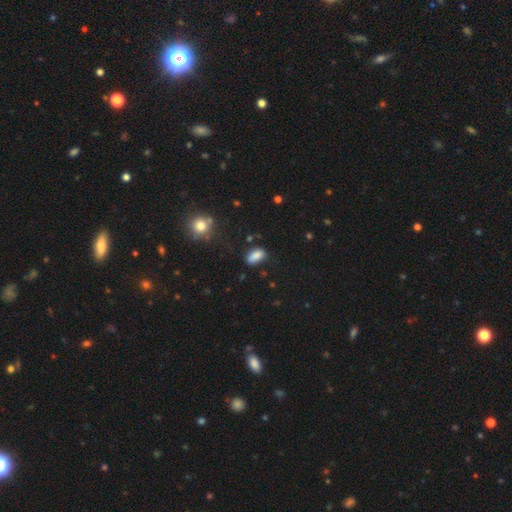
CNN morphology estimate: Overall: smooth (85%). How rounded: in between (89%). Merging: none (74%).